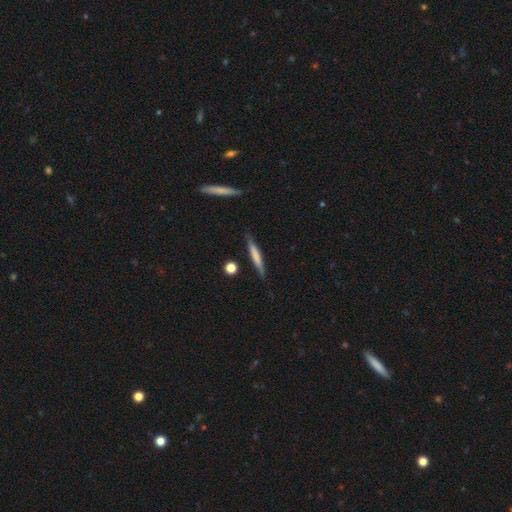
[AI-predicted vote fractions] This appears to be a smooth galaxy with no disk features (56%) that is cigar-shaped (94%). Merging: none (83%).